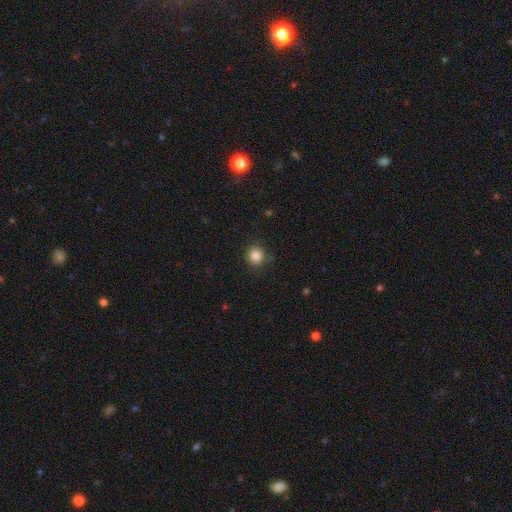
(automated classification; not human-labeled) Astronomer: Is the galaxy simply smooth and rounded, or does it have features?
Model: smooth — 84%.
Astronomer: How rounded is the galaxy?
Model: round — 90%.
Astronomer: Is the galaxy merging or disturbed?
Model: none — 87%.